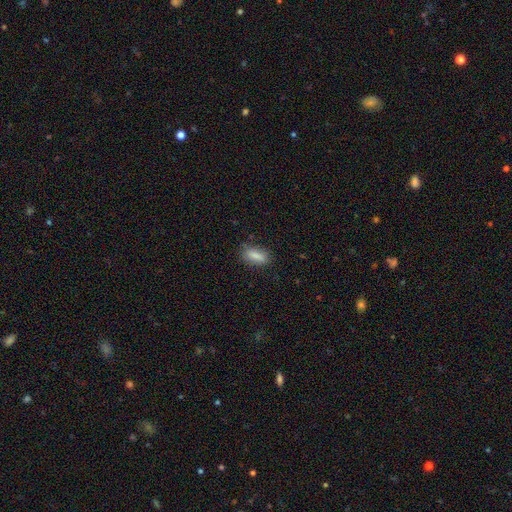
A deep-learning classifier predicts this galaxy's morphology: This appears to be a smooth galaxy with no disk features (83%) that is in between round and cigar-shaped (68%). Merging: none (80%).